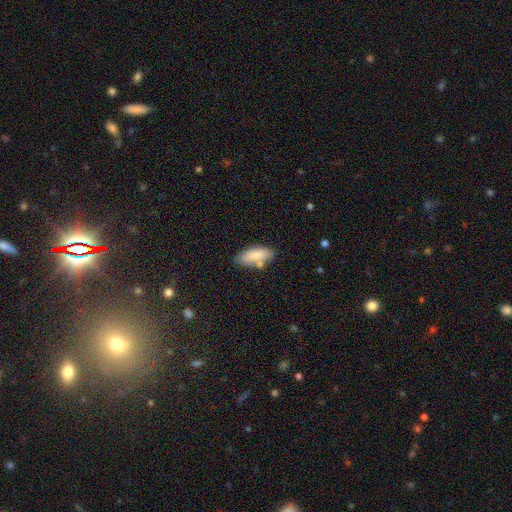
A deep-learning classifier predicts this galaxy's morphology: Smooth or featured? Predicted: smooth (p=0.80). How rounded? Predicted: in between (p=0.82). Merging? Predicted: none (p=0.67).